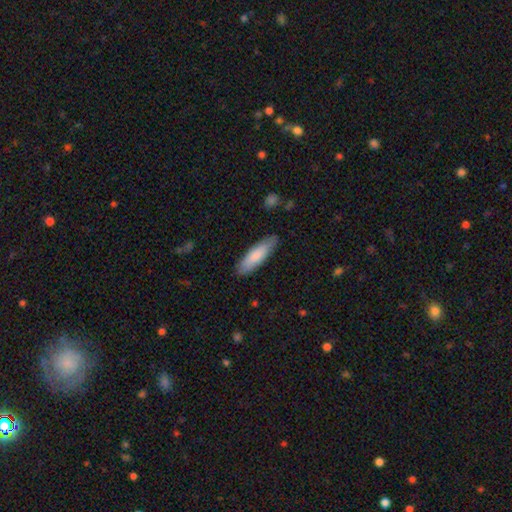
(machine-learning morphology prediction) A smooth galaxy with no disk features (82%) that is cigar-shaped (58%).

Vote fractions:
- Smooth or featured? smooth: 82% / featured or disk: 13% / star or artifact: 5%
- How rounded? cigar-shaped: 58% / in between: 41% / round: 1%
- Merging? none: 84% / minor disturbance: 12% / major disturbance: 2% / merger: 1%